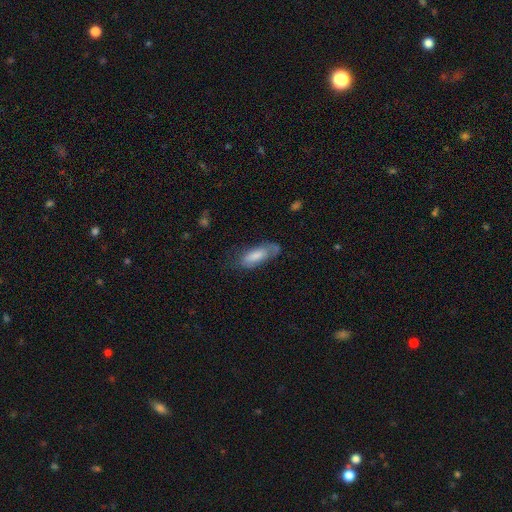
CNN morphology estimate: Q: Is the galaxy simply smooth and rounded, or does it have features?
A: smooth — 72%.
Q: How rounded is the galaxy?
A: in between — 71%.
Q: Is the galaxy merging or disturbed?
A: none — 49%.